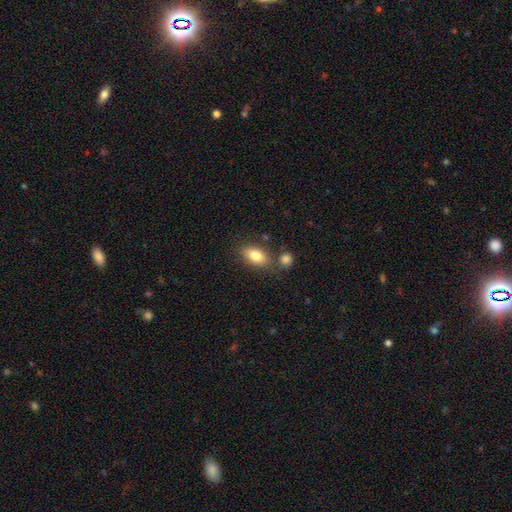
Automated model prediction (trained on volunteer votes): Overall: smooth (81%). How rounded: in between (87%). Merging: none (70%).